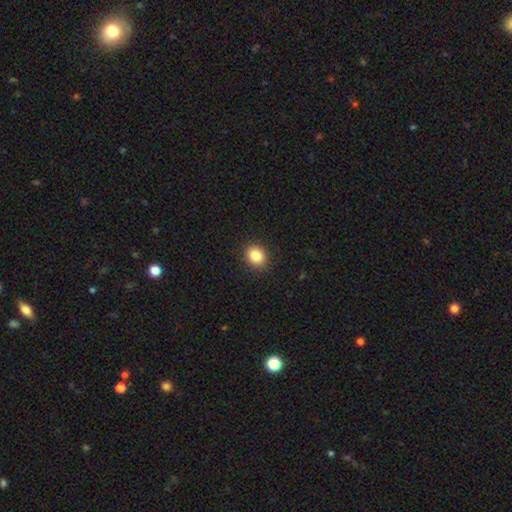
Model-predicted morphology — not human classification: The model was most divided on "how rounded": round: 65%, in between: 34%, cigar-shaped: 1%. More confident: merging — none (90%); smooth or featured — smooth (85%).